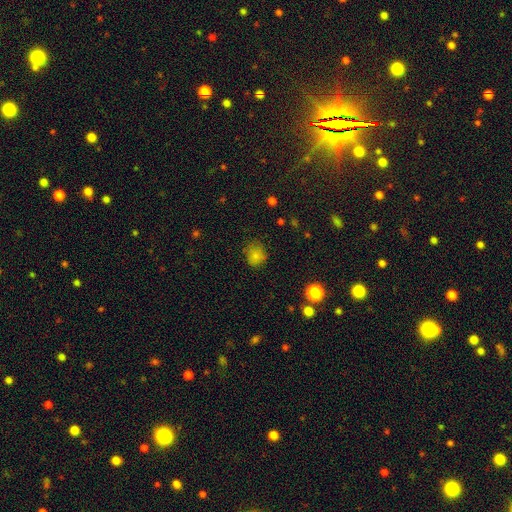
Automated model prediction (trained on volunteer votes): Overall: smooth (79%). How rounded: round (72%). Merging: none (72%).